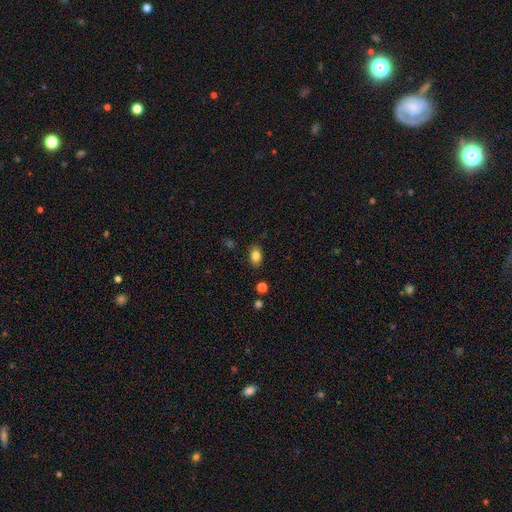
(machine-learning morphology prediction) This appears to be a smooth galaxy with no disk features (84%) that is in between round and cigar-shaped (80%). Merging: none (85%).